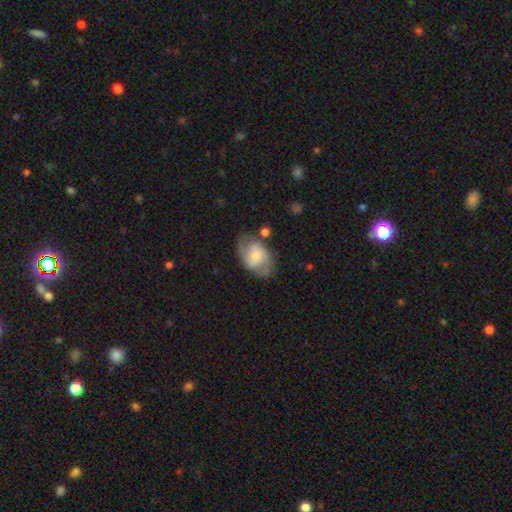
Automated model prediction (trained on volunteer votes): Q: Smooth or featured?
A: featured or disk (53%); runner-up: smooth (40%)
Q: Edge-on disk?
A: no (95%); runner-up: yes (5%)
Q: Bar?
A: no (60%); runner-up: weak (32%)
Q: Spiral arms?
A: yes (77%); runner-up: no (23%)
Q: Bulge size?
A: small (56%); runner-up: moderate (35%)
Q: Merging?
A: none (60%); runner-up: minor disturbance (23%)